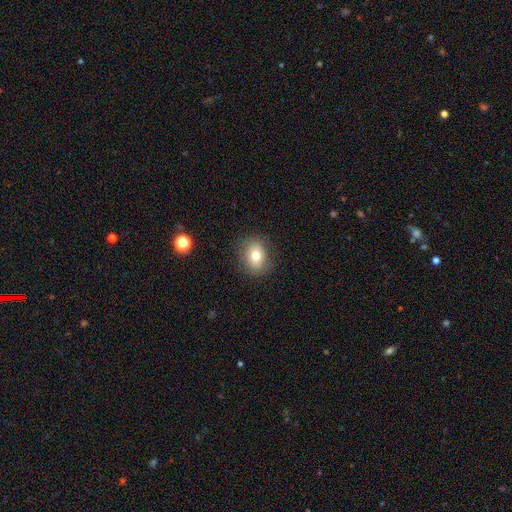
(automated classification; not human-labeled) A smooth galaxy with no disk features (75%) that is in between round and cigar-shaped (51%).

Vote fractions:
- Smooth or featured? smooth: 75% / featured or disk: 15% / star or artifact: 11%
- How rounded? in between: 51% / round: 48% / cigar-shaped: 1%
- Merging? none: 84% / minor disturbance: 11% / major disturbance: 3% / merger: 1%